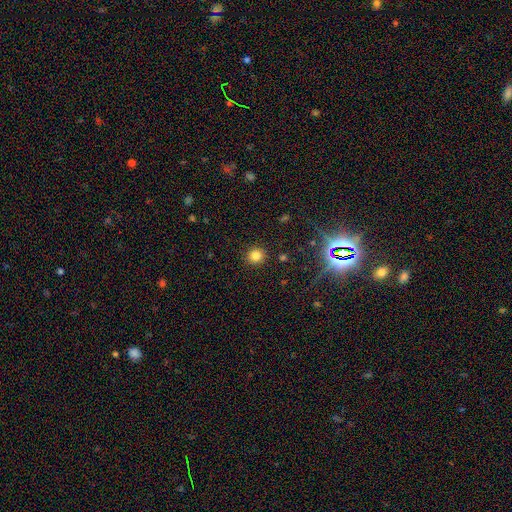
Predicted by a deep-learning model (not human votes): Smooth or featured? Predicted: smooth (p=0.80). How rounded? Predicted: round (p=0.90). Merging? Predicted: none (p=0.90).